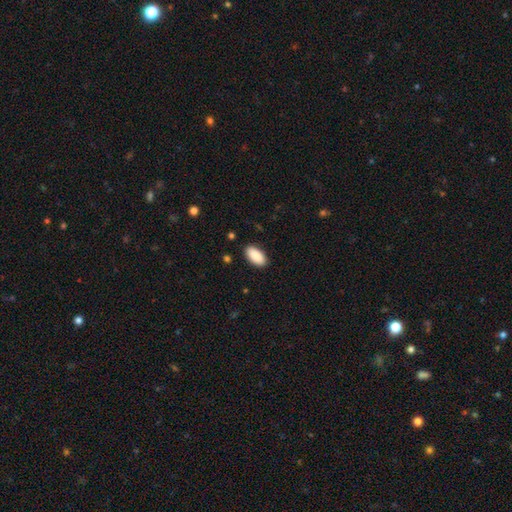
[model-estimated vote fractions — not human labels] Morphology: type=smooth (90%); roundness=in between (95%); merging=none (89%).